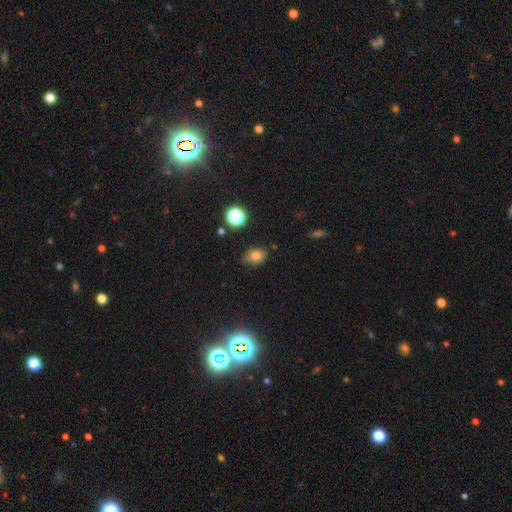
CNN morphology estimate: This appears to be a smooth galaxy with no disk features (78%) that is in between round and cigar-shaped (70%). Merging: none (72%).